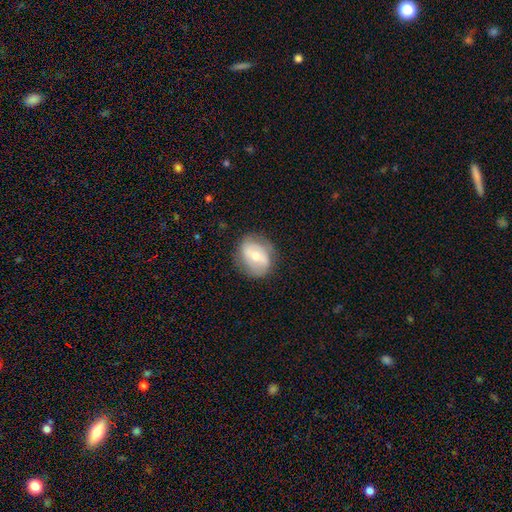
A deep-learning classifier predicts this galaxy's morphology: This is possibly a featured or disk galaxy (49%). Merging: likely none (74%).